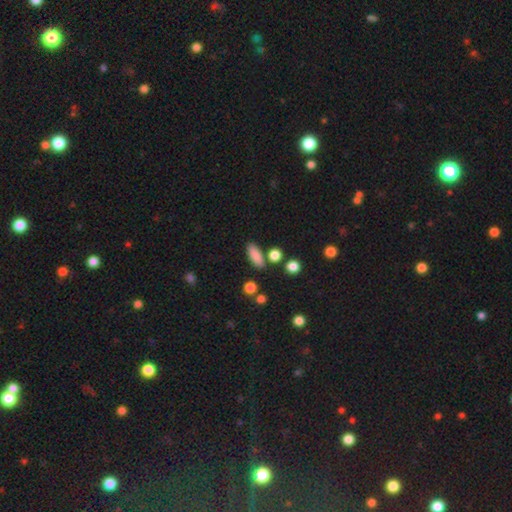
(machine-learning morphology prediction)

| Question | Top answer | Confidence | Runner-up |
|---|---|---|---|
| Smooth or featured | smooth | 85% | star or artifact (9%) |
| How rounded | in between | 67% | cigar-shaped (27%) |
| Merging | none | 80% | minor disturbance (11%) |